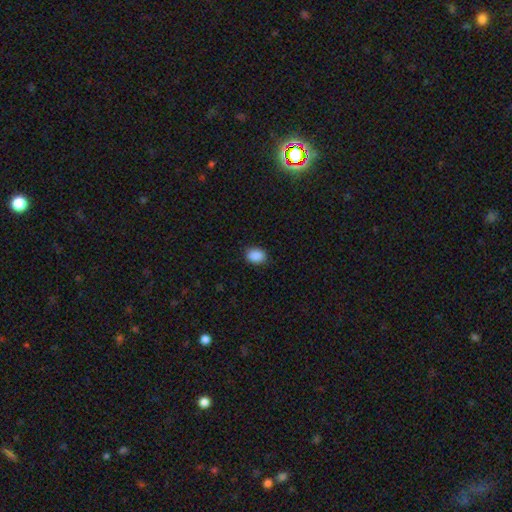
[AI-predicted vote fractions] A smooth galaxy with no disk features (90%) that is in between round and cigar-shaped (70%).

Vote fractions:
- Smooth or featured? smooth: 90% / star or artifact: 8% / featured or disk: 2%
- How rounded? in between: 70% / round: 29% / cigar-shaped: 1%
- Merging? none: 88% / minor disturbance: 9% / major disturbance: 2% / merger: 1%